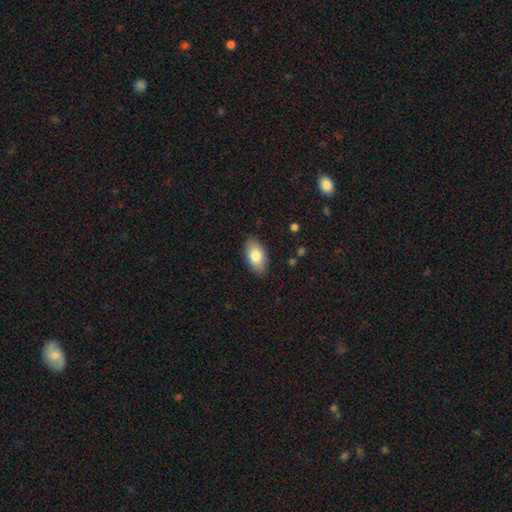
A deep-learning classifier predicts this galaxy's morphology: Smooth or featured: smooth — 80% (featured or disk — 14%)
How rounded: in between — 94% (round — 4%)
Merging: none — 88% (minor disturbance — 9%)